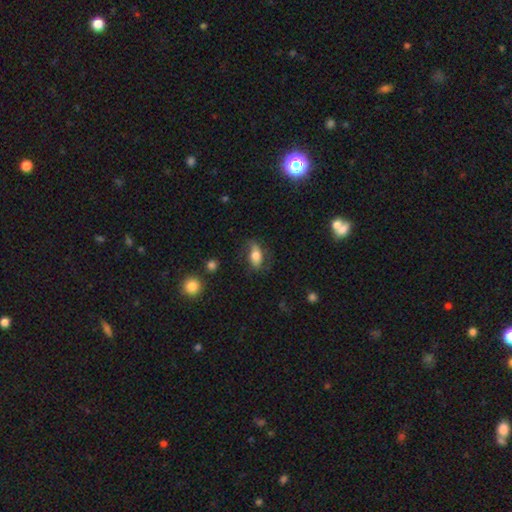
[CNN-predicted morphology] A smooth galaxy with no disk features (62%) that is in between round and cigar-shaped (80%). Merging: none (64%).